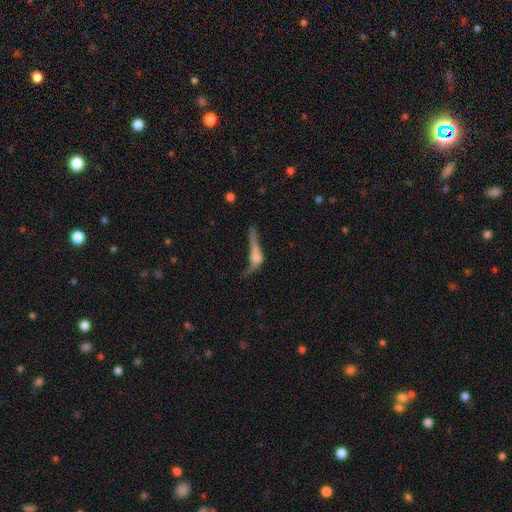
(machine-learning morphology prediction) This appears to be a featured or disk galaxy (45%). Merging: major disturbance (45%).